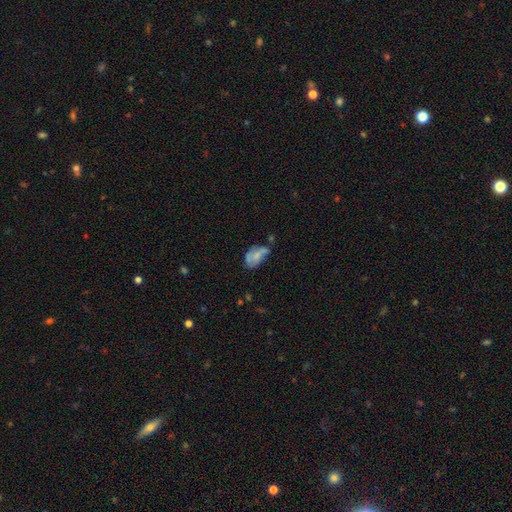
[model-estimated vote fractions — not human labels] The model was most divided on "smooth or featured": featured or disk: 46%, smooth: 45%, star or artifact: 9%. Remaining: merging — none (34%).